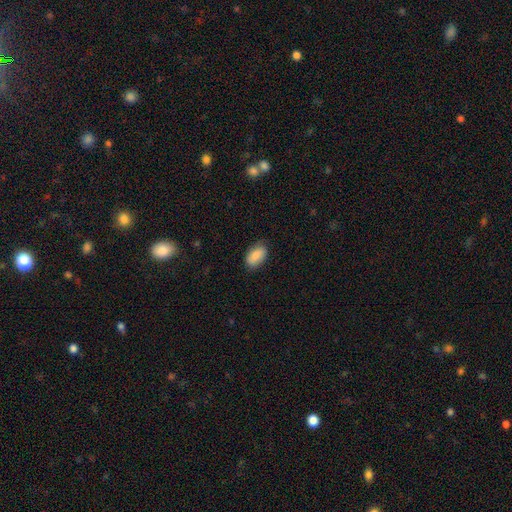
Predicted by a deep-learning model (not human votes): smooth_or_featured: smooth (p=0.86) [alt: featured or disk p=0.08]
how_rounded: in between (p=0.92) [alt: round p=0.05]
merging: none (p=0.79) [alt: minor disturbance p=0.17]